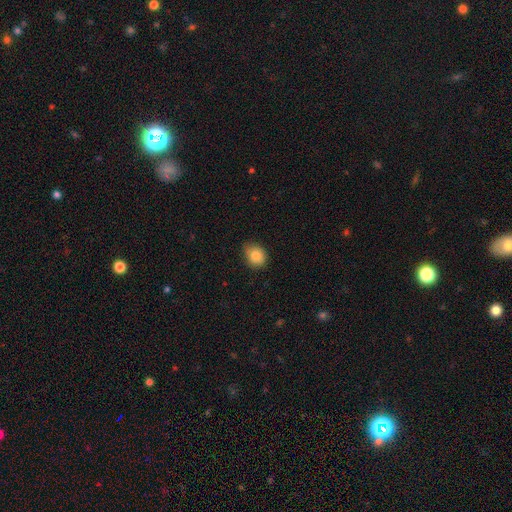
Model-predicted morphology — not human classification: The model was most divided on "how rounded": round: 57%, in between: 42%, cigar-shaped: 1%. More confident: smooth or featured — smooth (84%); merging — none (81%).